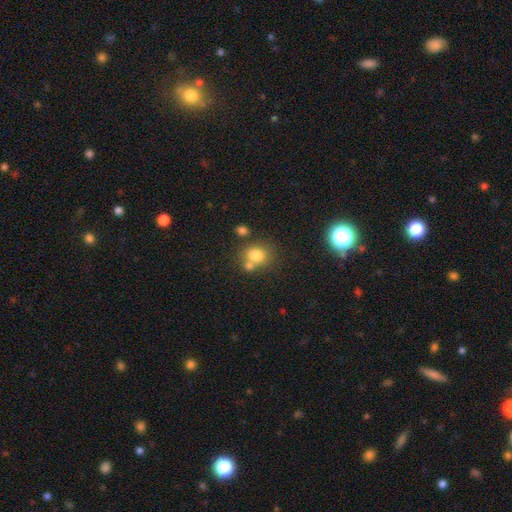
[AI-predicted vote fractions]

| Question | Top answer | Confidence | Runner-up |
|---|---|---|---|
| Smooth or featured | smooth | 78% | star or artifact (12%) |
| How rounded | round | 69% | in between (30%) |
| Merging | none | 53% | merger (32%) |